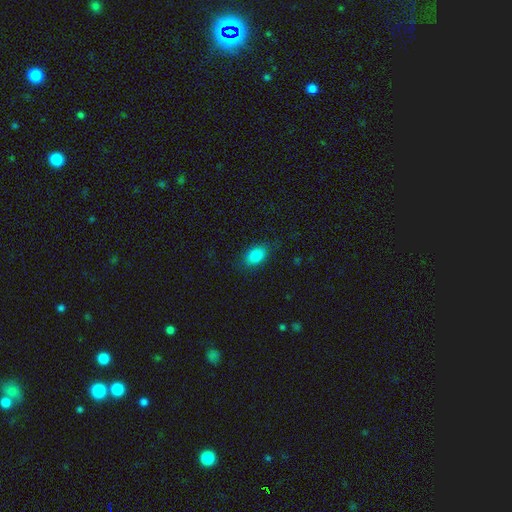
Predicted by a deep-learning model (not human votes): Smooth or featured? Predicted: smooth (p=0.87). How rounded? Predicted: in between (p=0.89). Merging? Predicted: none (p=0.83).